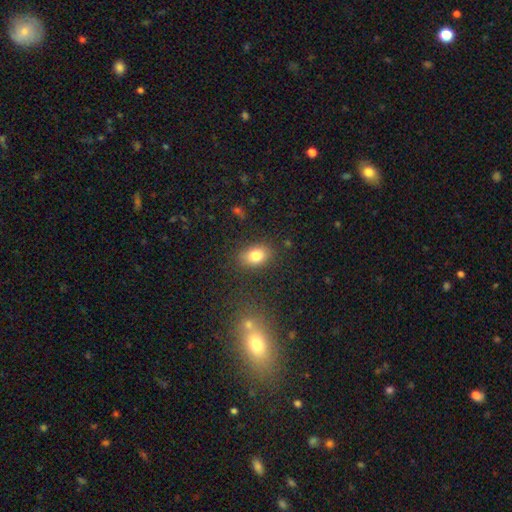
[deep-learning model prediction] Smooth or featured: smooth — 81% (star or artifact — 10%)
How rounded: in between — 79% (round — 20%)
Merging: none — 83% (minor disturbance — 12%)